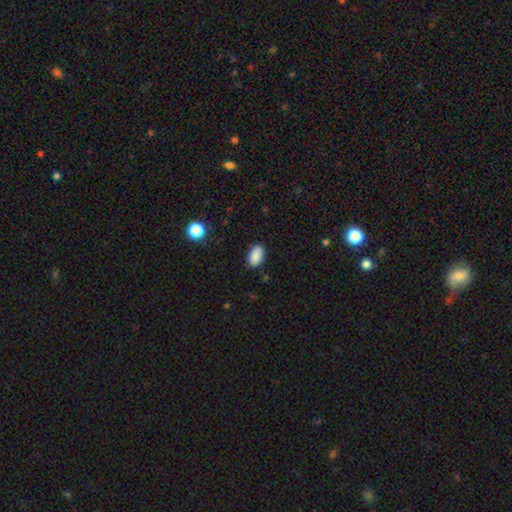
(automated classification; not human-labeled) Smooth or featured? Predicted: smooth (p=0.88). How rounded? Predicted: in between (p=0.92). Merging? Predicted: none (p=0.85).